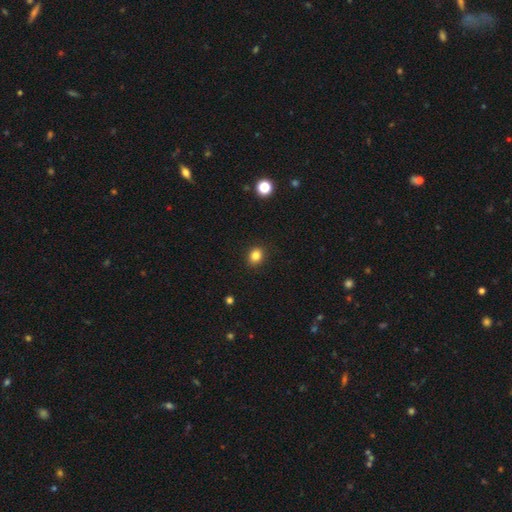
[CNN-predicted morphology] This is clearly a smooth galaxy (84%). How rounded: likely round (63%). Merging: clearly none (90%).